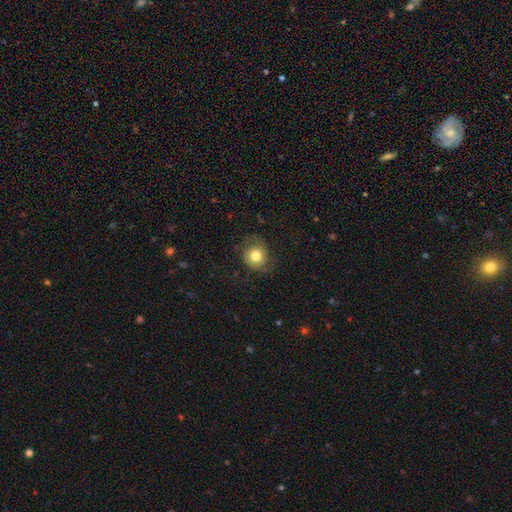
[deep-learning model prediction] smooth_or_featured: smooth (p=0.70) [alt: featured or disk p=0.21]
how_rounded: round (p=0.82) [alt: in between p=0.18]
merging: none (p=0.67) [alt: minor disturbance p=0.21]